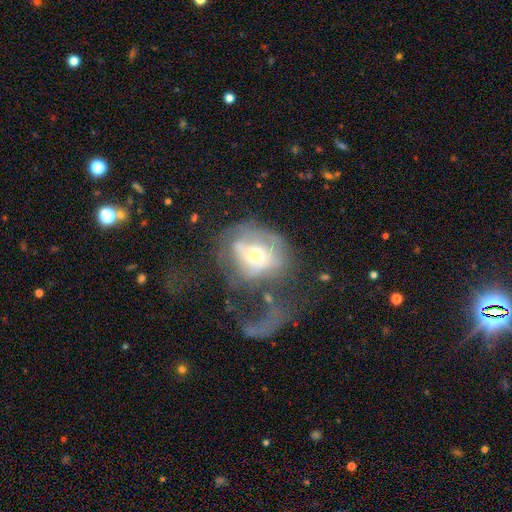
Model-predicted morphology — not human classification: Smooth or featured? Predicted: featured or disk (p=0.52). Edge-on disk? Predicted: no (p=0.96). Bar? Predicted: no (p=0.70). Spiral arms? Predicted: no (p=0.67). Bulge size? Predicted: moderate (p=0.42). Merging? Predicted: major disturbance (p=0.59).